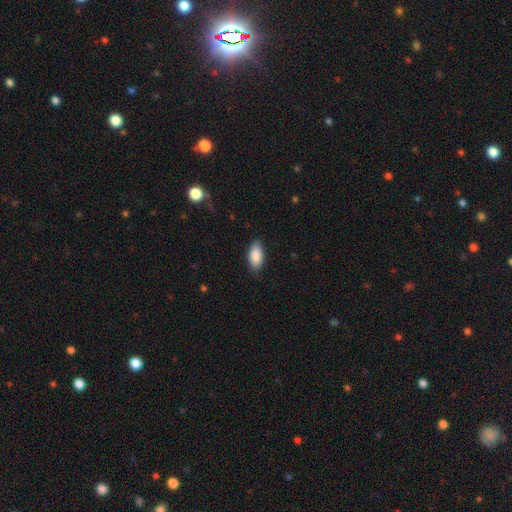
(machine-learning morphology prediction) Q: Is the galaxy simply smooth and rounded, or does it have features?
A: smooth — 89%.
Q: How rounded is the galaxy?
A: in between — 93%.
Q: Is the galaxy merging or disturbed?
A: none — 85%.